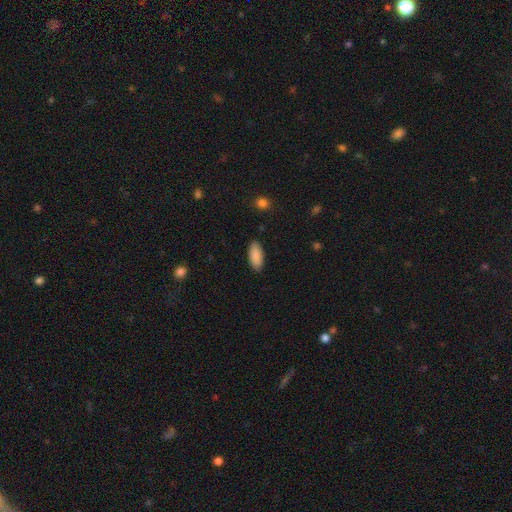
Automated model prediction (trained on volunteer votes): smooth_or_featured: smooth (p=0.90) [alt: star or artifact p=0.06]
how_rounded: in between (p=0.88) [alt: cigar-shaped p=0.10]
merging: none (p=0.87) [alt: minor disturbance p=0.09]